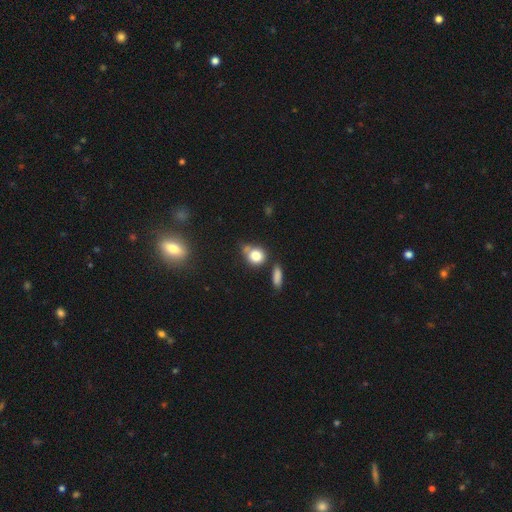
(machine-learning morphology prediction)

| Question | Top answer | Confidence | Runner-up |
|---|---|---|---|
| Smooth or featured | smooth | 80% | star or artifact (11%) |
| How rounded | round | 67% | in between (30%) |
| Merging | none | 54% | merger (22%) |